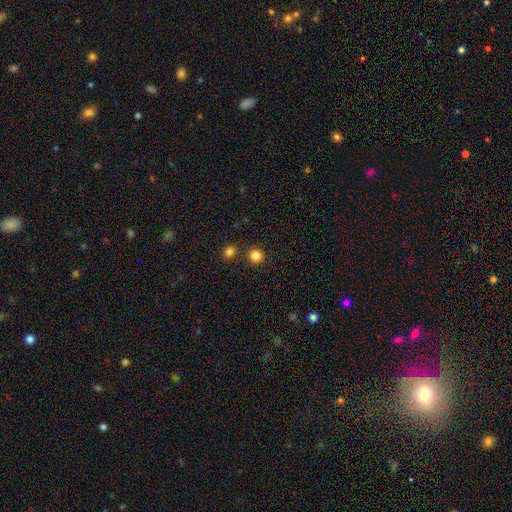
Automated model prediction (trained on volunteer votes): Smooth or featured? Predicted: smooth (p=0.84). How rounded? Predicted: round (p=0.93). Merging? Predicted: none (p=0.84).